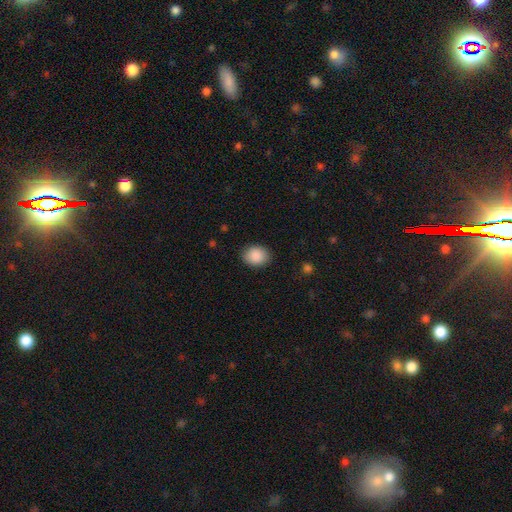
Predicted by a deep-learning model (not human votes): Smooth or featured?
  - smooth: 90% *
  - star or artifact: 7%
  - featured or disk: 3%
How rounded?
  - round: 54% *
  - in between: 45%
  - cigar-shaped: 1%
Merging?
  - none: 87% *
  - minor disturbance: 9%
  - major disturbance: 3%
  - merger: 1%